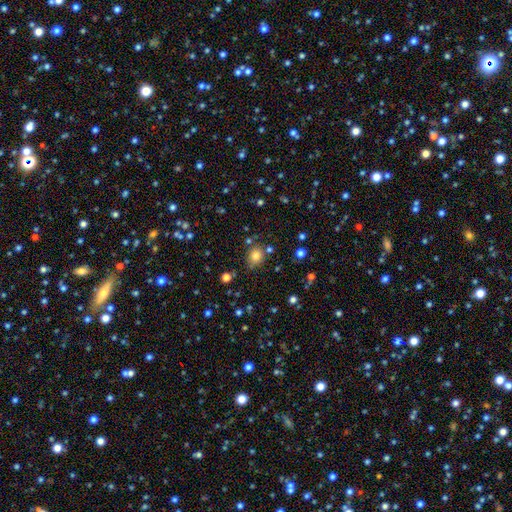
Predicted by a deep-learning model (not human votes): This appears to be a smooth galaxy with no disk features (79%) that is round (68%). Merging: none (74%).